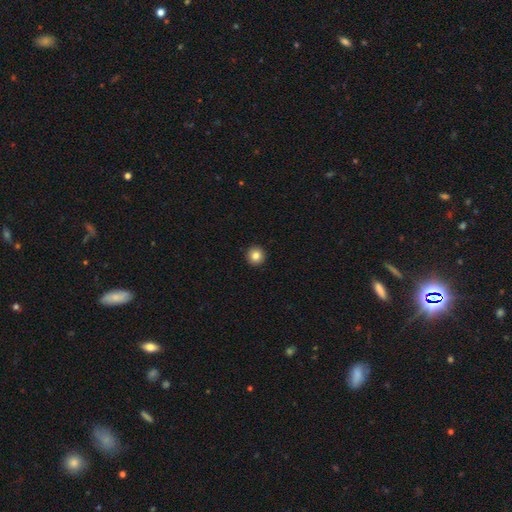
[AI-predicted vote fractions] Smooth or featured? smooth (84%)
How rounded? round (95%)
Merging? none (94%)